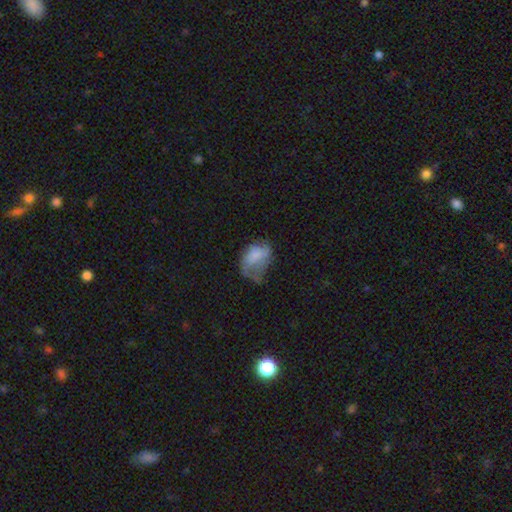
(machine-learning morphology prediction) Overall: smooth (56%; featured or disk 34%). How rounded: in between (81%). Merging: major disturbance (46%; minor disturbance 29%).